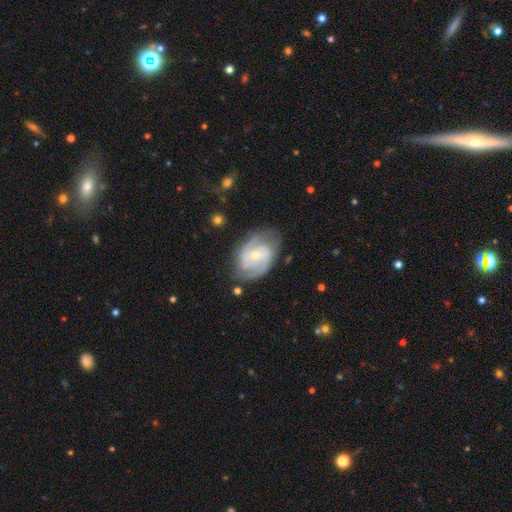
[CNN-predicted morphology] smooth_or_featured: featured or disk (p=0.80) [alt: smooth p=0.14]
disk_edge_on: no (p=0.97) [alt: yes p=0.03]
bar: no (p=0.46) [alt: weak p=0.41]
has_spiral_arms: yes (p=0.93) [alt: no p=0.07]
spiral_winding: medium (p=0.48) [alt: tight p=0.36]
spiral_arm_count: 2 (p=0.76) [alt: can't tell p=0.12]
bulge_size: small (p=0.62) [alt: moderate p=0.34]
merging: none (p=0.72) [alt: minor disturbance p=0.19]